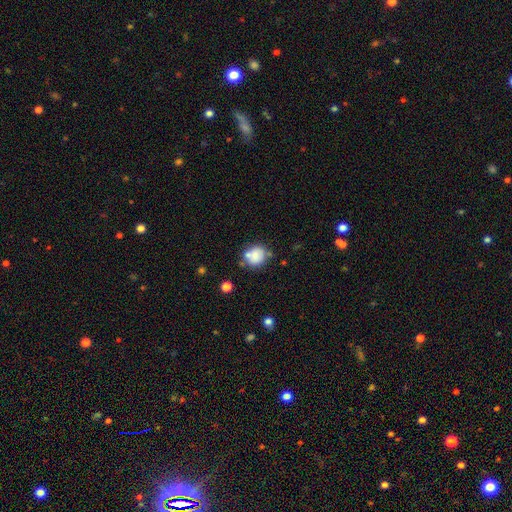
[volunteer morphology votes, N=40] Overall: smooth (70%). How rounded: round (75%). Merging: none (43%; merger 32%).